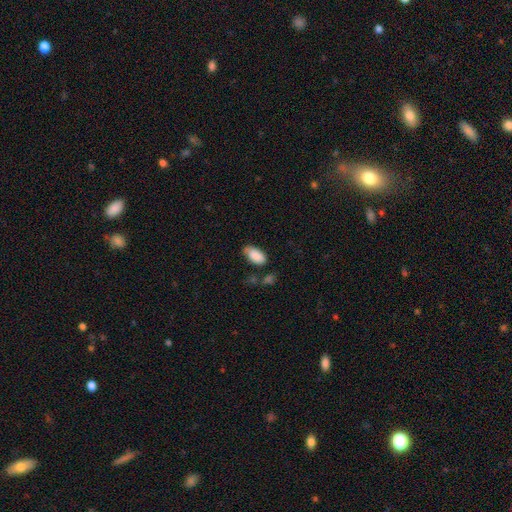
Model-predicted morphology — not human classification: This is clearly a smooth galaxy (87%). How rounded: clearly in between (94%). Merging: possibly none (59%).